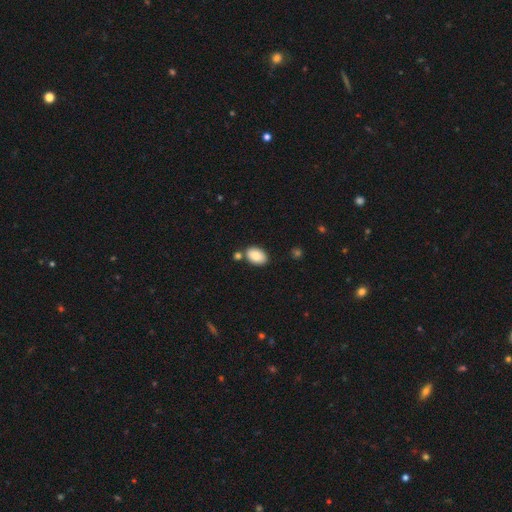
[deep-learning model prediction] smooth 85%, featured or disk 7%, star or artifact 7%. Down the decision tree: how rounded — in between (88%); merging — none (74%).